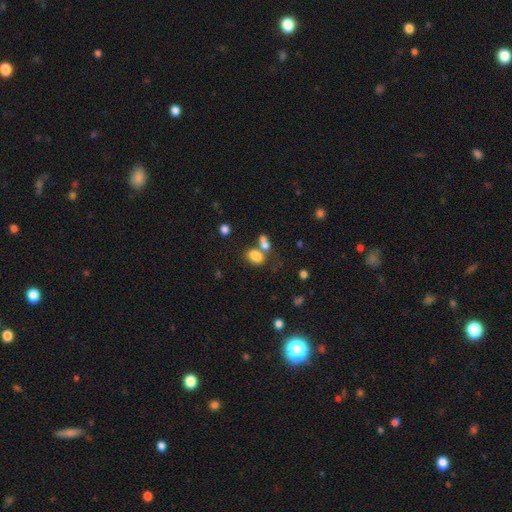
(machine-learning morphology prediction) This is clearly a smooth galaxy (80%). How rounded: clearly in between (84%). Merging: marginally none (42%).